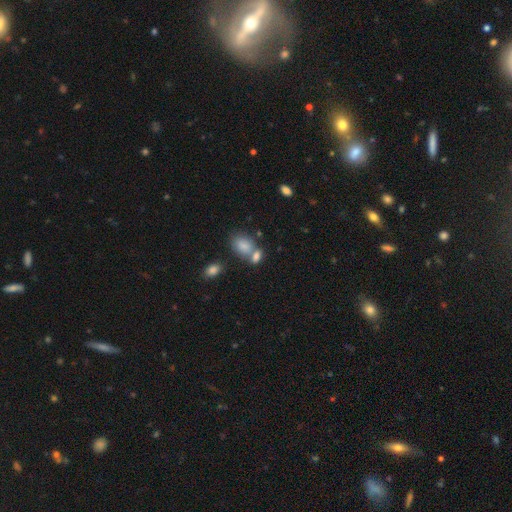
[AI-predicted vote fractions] Smooth or featured?
  - smooth: 79% *
  - star or artifact: 11%
  - featured or disk: 9%
How rounded?
  - in between: 75% *
  - round: 23%
  - cigar-shaped: 2%
Merging?
  - merger: 43% *
  - none: 41%
  - minor disturbance: 11%
  - major disturbance: 5%